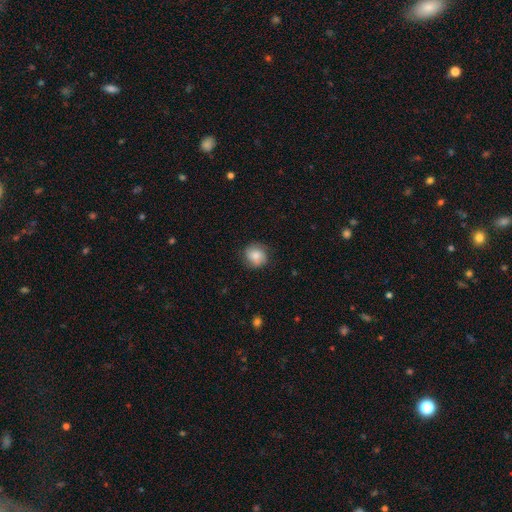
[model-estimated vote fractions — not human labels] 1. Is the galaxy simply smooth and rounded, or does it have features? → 73% smooth, 19% featured or disk, 8% star or artifact.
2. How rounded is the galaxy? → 85% round, 14% in between, 1% cigar-shaped.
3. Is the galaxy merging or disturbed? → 79% none, 15% minor disturbance, 5% major disturbance, 1% merger.